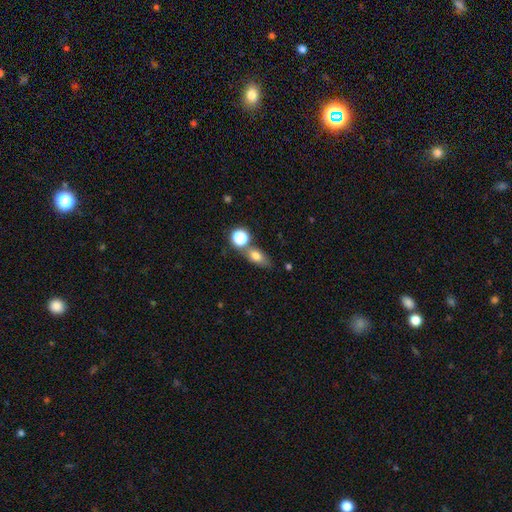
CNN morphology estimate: type=smooth (73%); roundness=in between (73%); merging=none (59%).